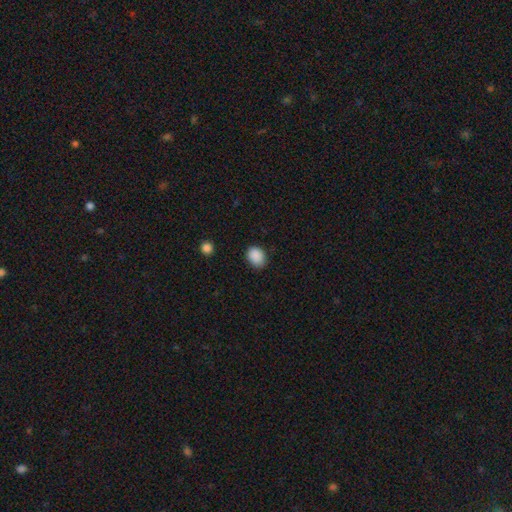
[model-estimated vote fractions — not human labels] smooth 89%, star or artifact 8%, featured or disk 3%. Down the decision tree: how rounded — in between (50%); merging — none (81%).